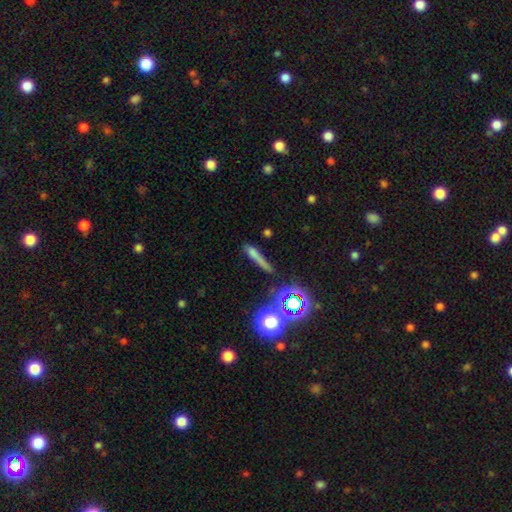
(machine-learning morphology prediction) This appears to be a smooth galaxy with no disk features (60%) that is cigar-shaped (79%). Merging: none (64%).